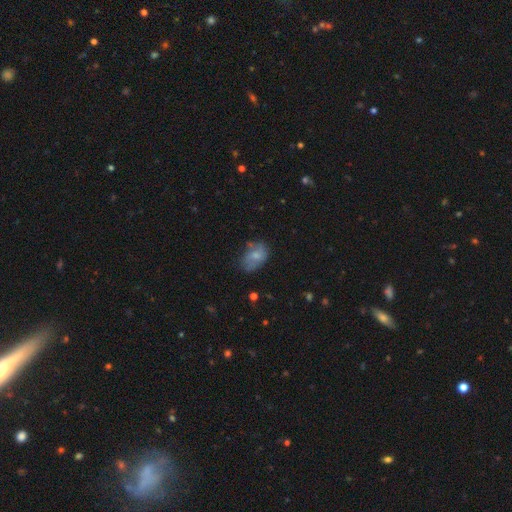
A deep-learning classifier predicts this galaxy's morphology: This is possibly a smooth galaxy (58%). How rounded: clearly in between (81%). Merging: possibly none (50%).